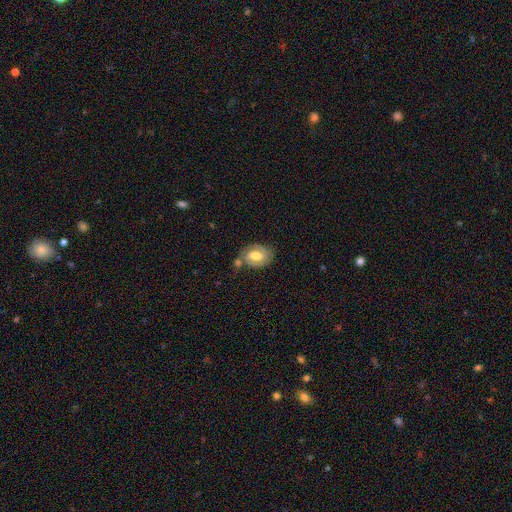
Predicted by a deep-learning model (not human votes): Smooth or featured? featured or disk (60%)
Edge-on disk? no (96%)
Bar? weak (50%)
Spiral arms? yes (81%)
Bulge size? moderate (66%)
Merging? none (56%)